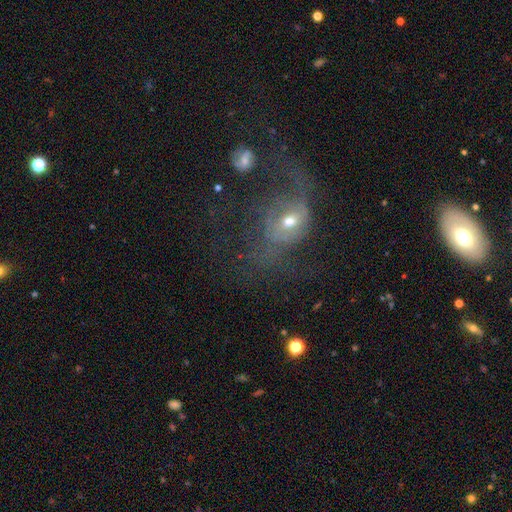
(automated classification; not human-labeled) A featured or disk galaxy (58%) with no bar (70%), spiral arms (54%) and a small central bulge (45%, tied with moderate). Merging: major disturbance (46%).